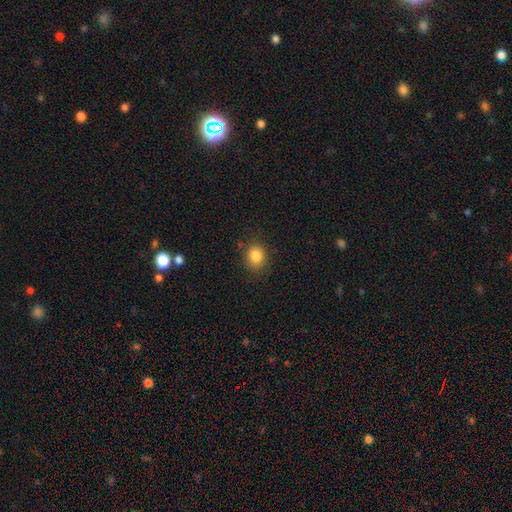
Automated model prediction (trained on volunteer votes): This appears to be a smooth galaxy with no disk features (84%) that is round (65%). Merging: none (83%).